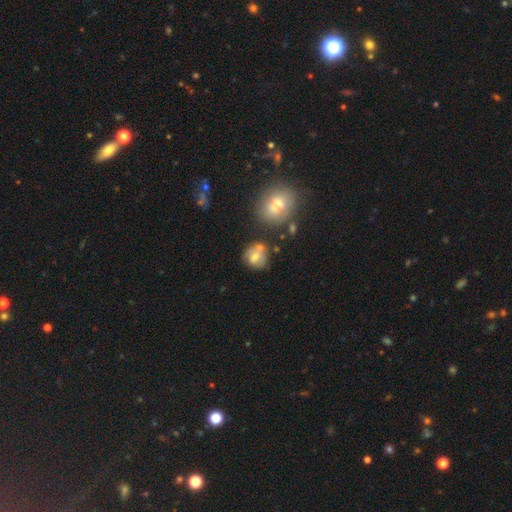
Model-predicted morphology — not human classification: Smooth or featured: smooth — 67% (featured or disk — 22%)
How rounded: round — 77% (in between — 22%)
Merging: none — 56% (merger — 21%)